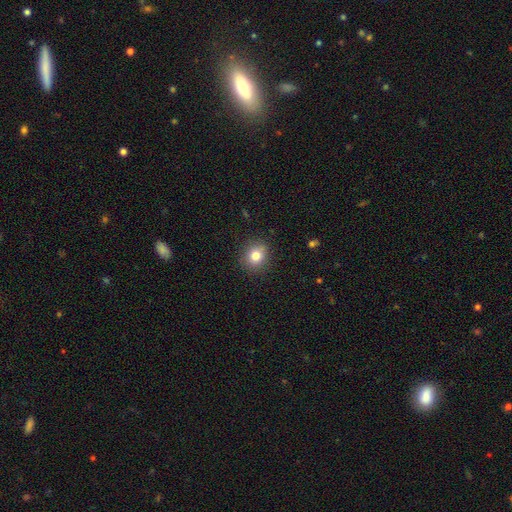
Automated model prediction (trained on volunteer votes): Smooth or featured?
  - smooth: 80% *
  - star or artifact: 11%
  - featured or disk: 8%
How rounded?
  - round: 74% *
  - in between: 25%
  - cigar-shaped: 1%
Merging?
  - none: 87% *
  - minor disturbance: 9%
  - major disturbance: 2%
  - merger: 1%